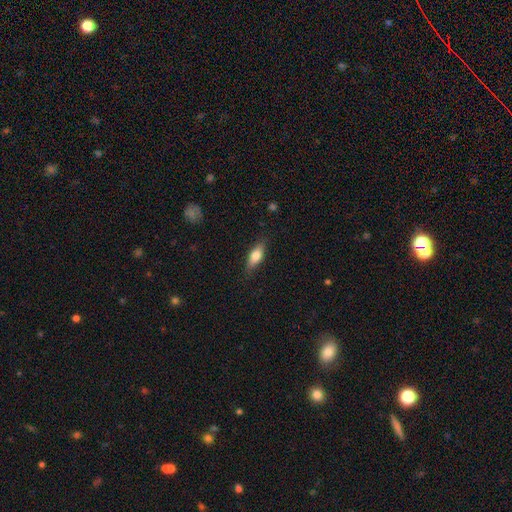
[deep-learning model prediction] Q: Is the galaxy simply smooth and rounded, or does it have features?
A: smooth — 70%.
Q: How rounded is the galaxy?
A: in between — 67%.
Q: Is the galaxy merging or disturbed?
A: none — 84%.